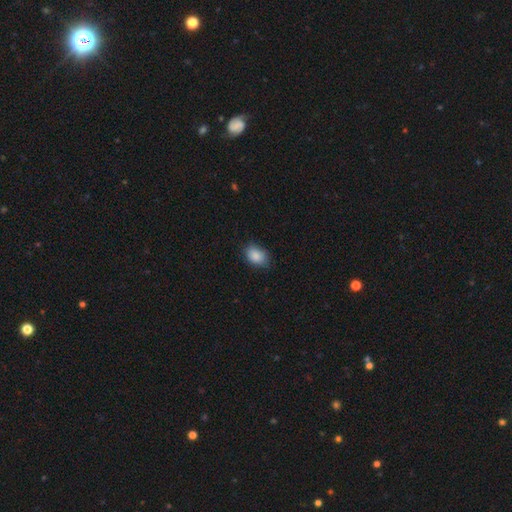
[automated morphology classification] type=smooth (88%); roundness=in between (80%); merging=none (78%).